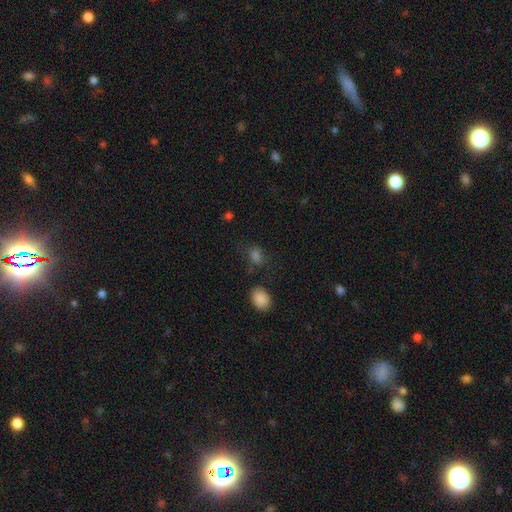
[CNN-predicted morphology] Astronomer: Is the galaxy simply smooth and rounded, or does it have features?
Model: smooth — 73%.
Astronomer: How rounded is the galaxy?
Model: in between — 64%.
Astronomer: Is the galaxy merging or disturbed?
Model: none — 67%.